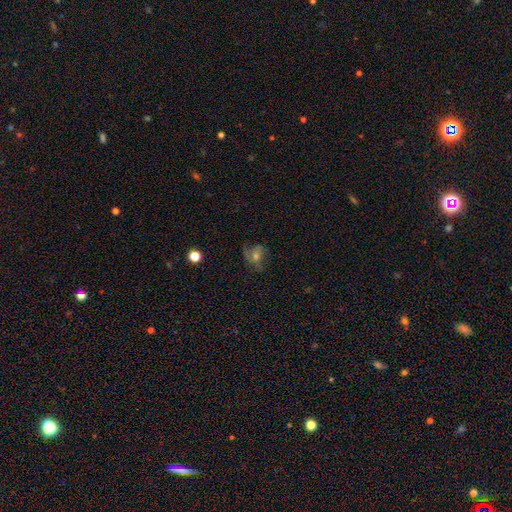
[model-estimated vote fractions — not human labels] This is possibly a featured or disk galaxy (55%). It is clearly not viewed edge-on (96%). Bar: likely no (68%). Spiral arm pattern: likely yes (78%). Central bulge: possibly moderate (55%). Merging: likely none (60%).